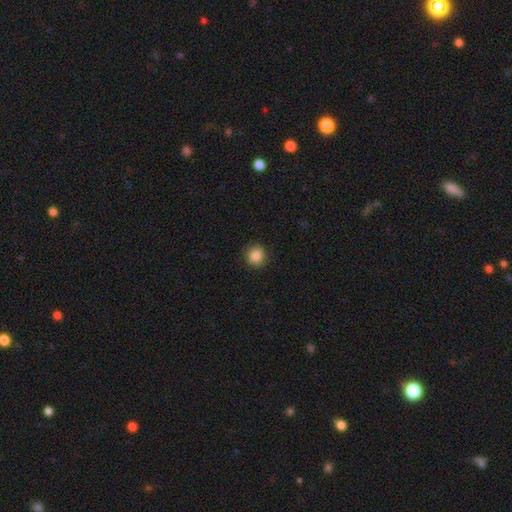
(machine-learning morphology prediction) This appears to be a smooth galaxy with no disk features (87%) that is round (85%). Merging: none (89%).